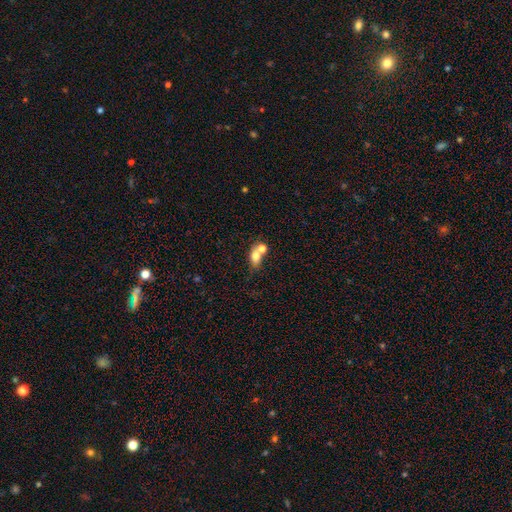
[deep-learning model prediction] This appears to be a smooth galaxy with no disk features (74%) that is in between round and cigar-shaped (64%). Merging: merger (50%).